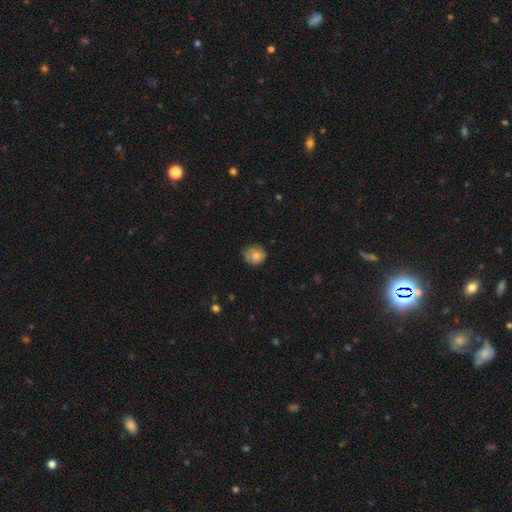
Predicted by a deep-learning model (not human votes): Smooth or featured? Predicted: smooth (p=0.68). How rounded? Predicted: round (p=0.87). Merging? Predicted: none (p=0.78).